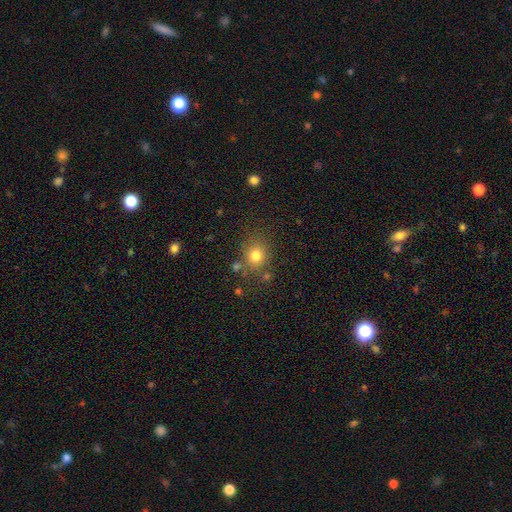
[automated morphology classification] type=smooth (77%); roundness=round (74%); merging=none (75%).